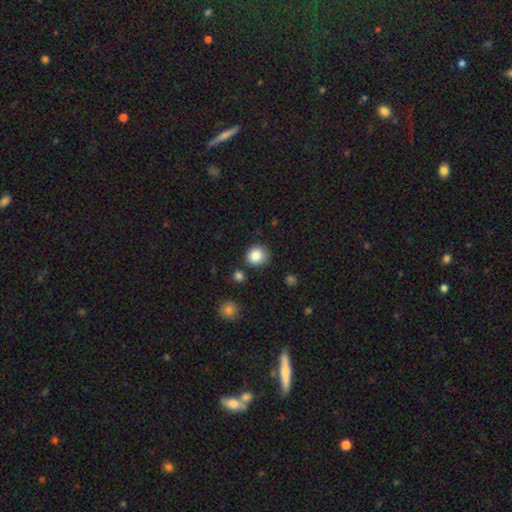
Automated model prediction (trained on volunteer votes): Overall: smooth (86%). How rounded: round (86%). Merging: none (83%).